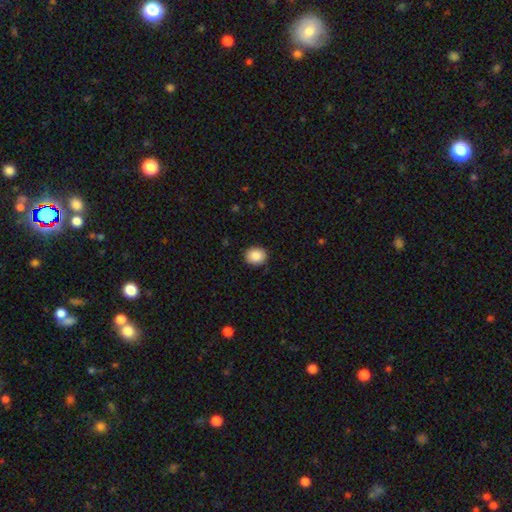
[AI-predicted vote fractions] A smooth galaxy with no disk features (88%) that is round (68%).

Vote fractions:
- Smooth or featured? smooth: 88% / star or artifact: 8% / featured or disk: 4%
- How rounded? round: 68% / in between: 31% / cigar-shaped: 1%
- Merging? none: 90% / minor disturbance: 7% / major disturbance: 2% / merger: 1%